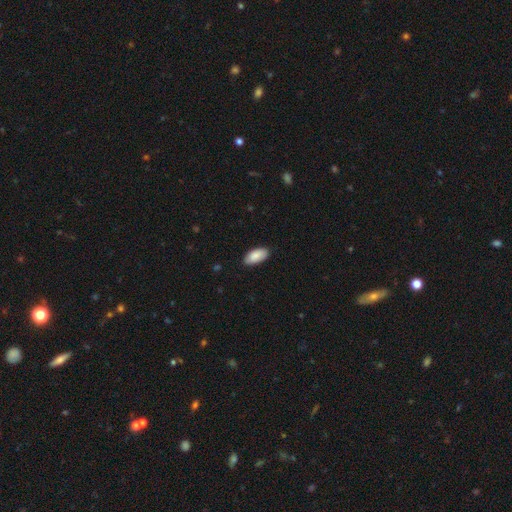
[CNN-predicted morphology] type=smooth (88%); roundness=in between (94%); merging=none (86%).